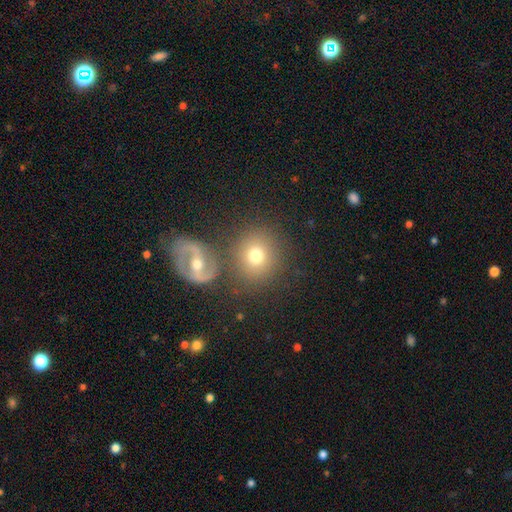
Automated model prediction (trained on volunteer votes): Smooth or featured? Predicted: smooth (p=0.69). How rounded? Predicted: round (p=0.83). Merging? Predicted: none (p=0.69).